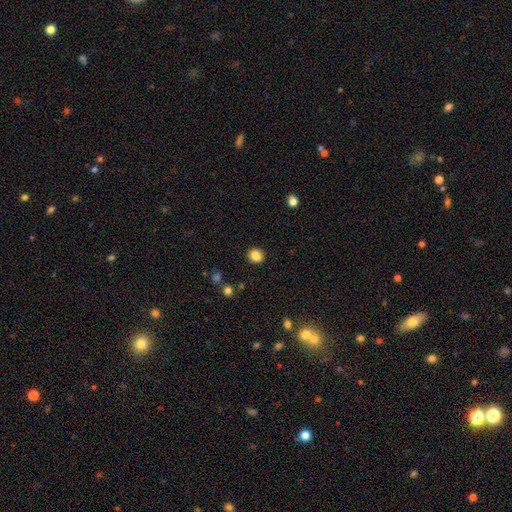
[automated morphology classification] Smooth or featured? Predicted: smooth (p=0.84). How rounded? Predicted: round (p=0.64). Merging? Predicted: none (p=0.81).